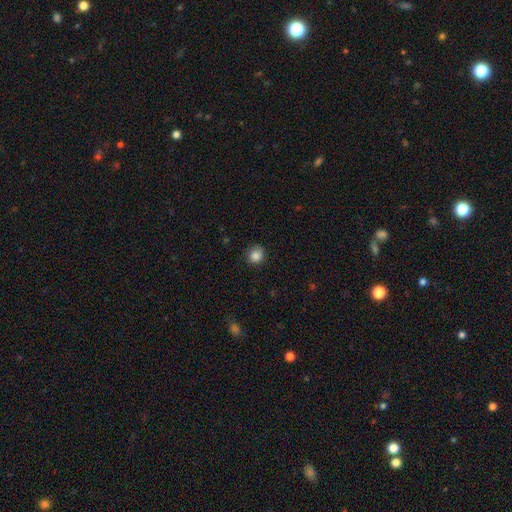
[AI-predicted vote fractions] Q: Smooth or featured?
A: smooth (85%); runner-up: star or artifact (10%)
Q: How rounded?
A: round (82%); runner-up: in between (17%)
Q: Merging?
A: none (78%); runner-up: minor disturbance (17%)